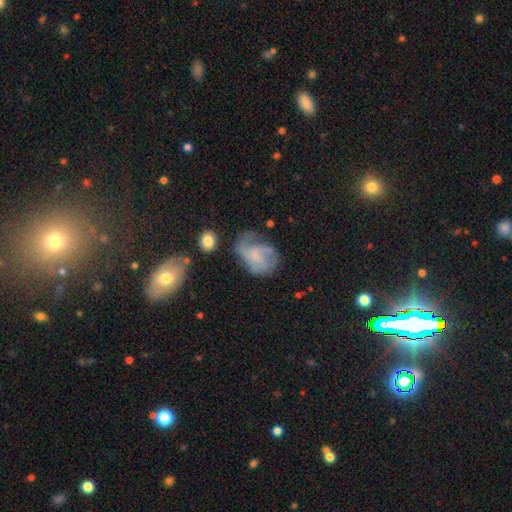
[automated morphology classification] A featured or disk galaxy (50%).

Vote fractions:
- Smooth or featured? featured or disk: 50% / smooth: 39% / star or artifact: 11%
- Merging? none: 35% / major disturbance: 33% / minor disturbance: 27% / merger: 5%